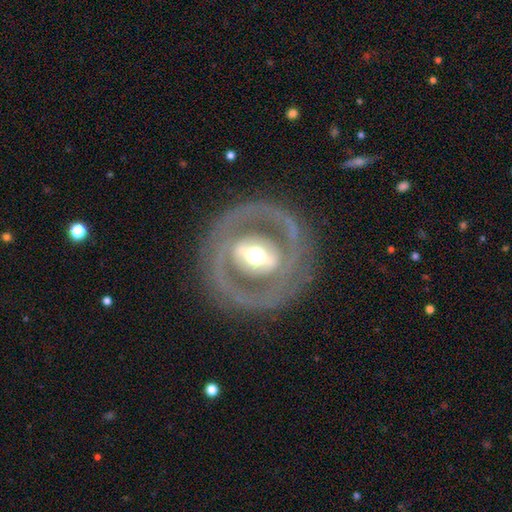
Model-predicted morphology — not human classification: Smooth or featured? Predicted: featured or disk (p=0.78). Edge-on disk? Predicted: no (p=0.93). Bar? Predicted: strong (p=0.52). Spiral arms? Predicted: no (p=0.54). Bulge size? Predicted: moderate (p=0.62). Merging? Predicted: none (p=0.79).